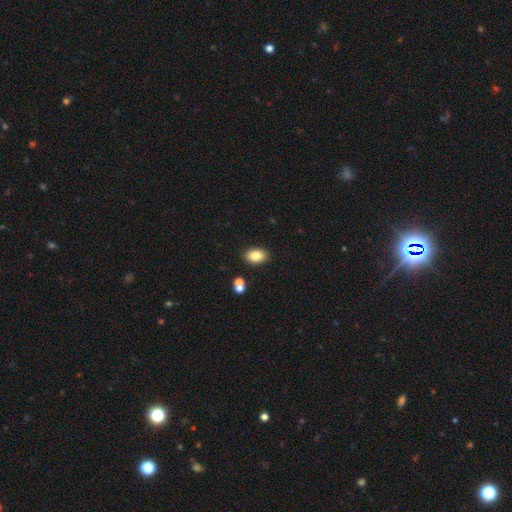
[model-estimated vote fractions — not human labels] Smooth or featured? smooth (85%)
How rounded? in between (87%)
Merging? none (86%)